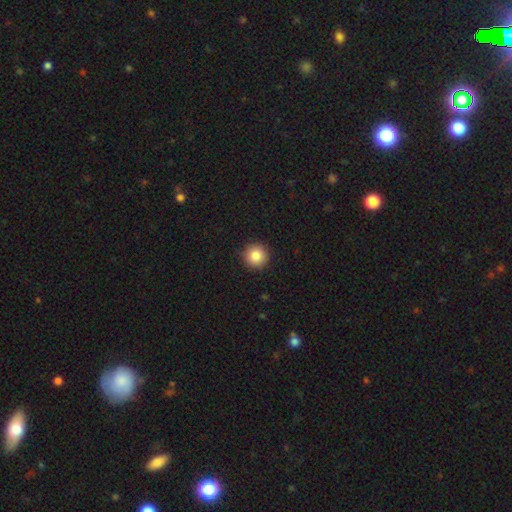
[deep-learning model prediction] Smooth or featured? smooth (85%)
How rounded? round (96%)
Merging? none (92%)